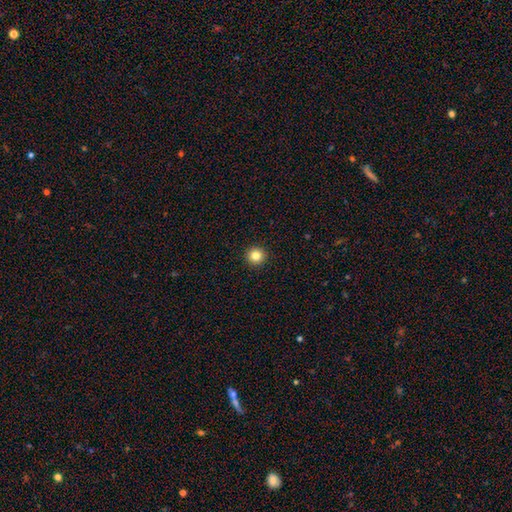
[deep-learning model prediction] A smooth galaxy with no disk features (83%) that is round (96%).

Vote fractions:
- Smooth or featured? smooth: 83% / star or artifact: 12% / featured or disk: 5%
- How rounded? round: 96% / in between: 3% / cigar-shaped: 1%
- Merging? none: 94% / minor disturbance: 4% / major disturbance: 1% / merger: 1%